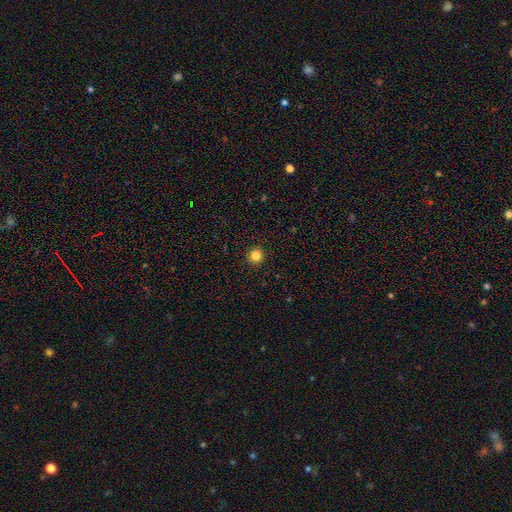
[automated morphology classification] Smooth or featured? smooth (83%)
How rounded? round (96%)
Merging? none (94%)